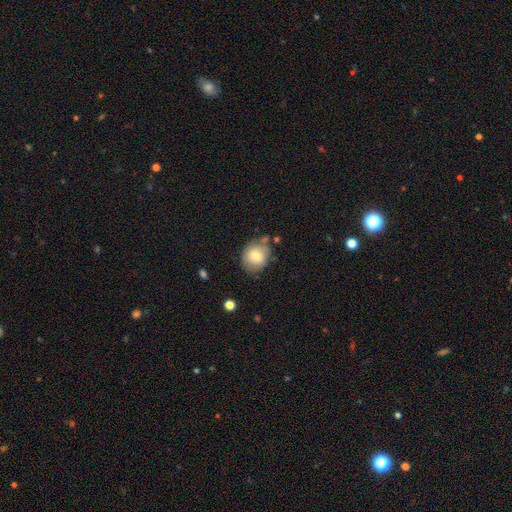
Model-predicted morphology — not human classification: This is likely a smooth galaxy (72%). How rounded: possibly round (59%). Merging: likely none (67%).